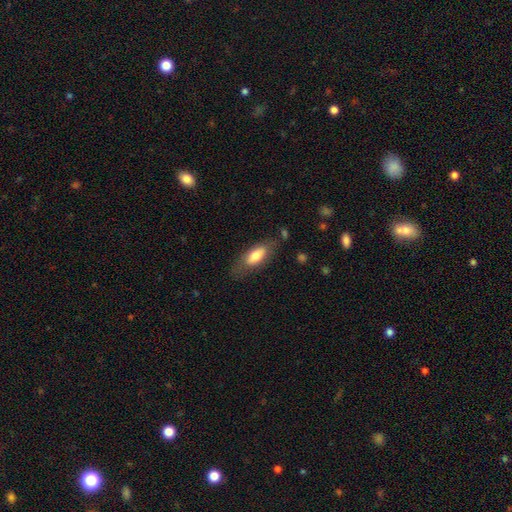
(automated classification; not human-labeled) Overall: smooth (73%). How rounded: in between (77%). Merging: none (73%).